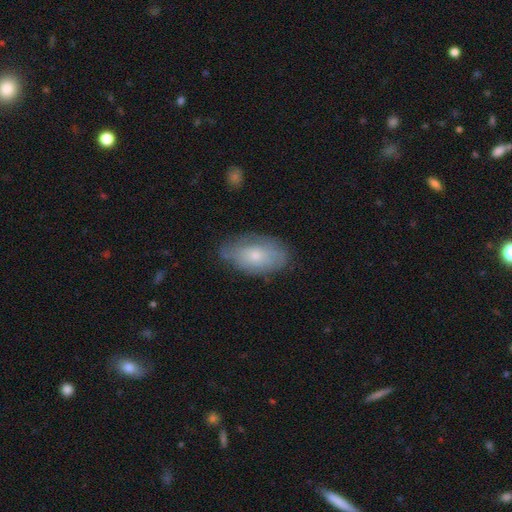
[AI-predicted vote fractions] smooth-or-featured: smooth: 61% | featured or disk: 32% | star or artifact: 7%
  how-rounded: in between: 92% | round: 5% | cigar-shaped: 3%
  merging: none: 68% | minor disturbance: 24% | major disturbance: 6% | merger: 1%